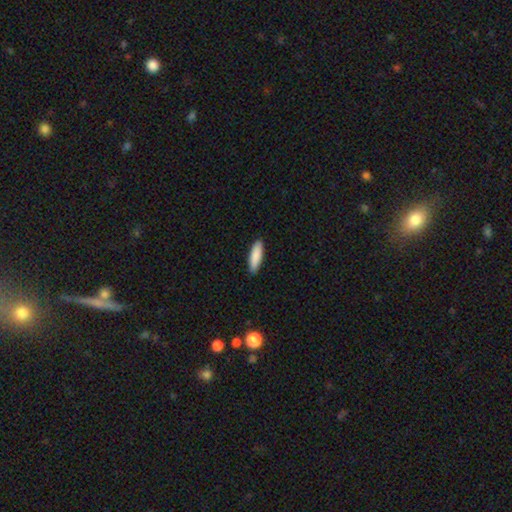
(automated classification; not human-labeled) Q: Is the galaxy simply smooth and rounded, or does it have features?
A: smooth — 88%.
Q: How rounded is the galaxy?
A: cigar-shaped — 58%.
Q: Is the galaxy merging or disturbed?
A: none — 90%.